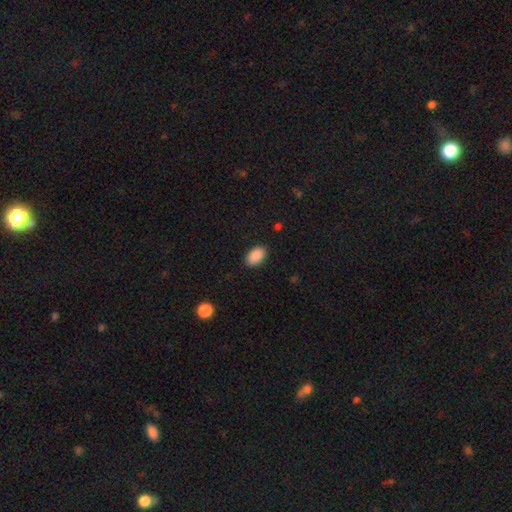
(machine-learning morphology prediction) Smooth or featured?
  - smooth: 90% *
  - star or artifact: 7%
  - featured or disk: 2%
How rounded?
  - in between: 92% *
  - round: 7%
  - cigar-shaped: 1%
Merging?
  - none: 88% *
  - minor disturbance: 8%
  - major disturbance: 2%
  - merger: 1%